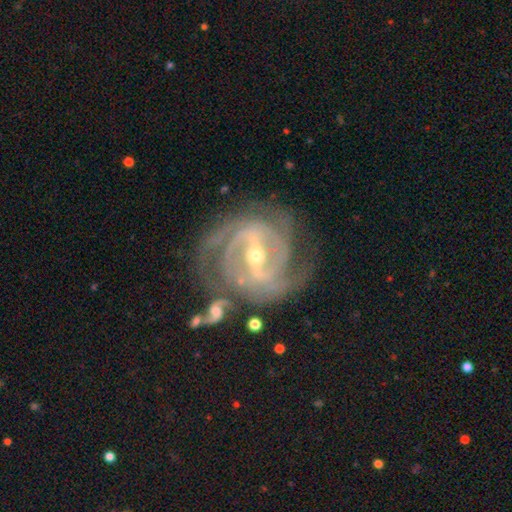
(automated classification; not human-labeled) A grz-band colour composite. It shows a featured or disk galaxy (92%) with a strong bar (61%), 2 (40%) tight (52%) spiral arms (97%) and a small central bulge (59%). Merging: none (64%).